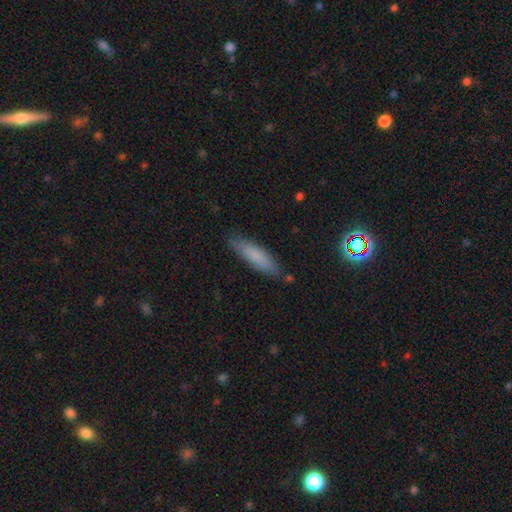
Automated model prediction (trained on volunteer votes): Smooth or featured: smooth — 77% (featured or disk — 15%)
How rounded: cigar-shaped — 68% (in between — 30%)
Merging: none — 81% (minor disturbance — 14%)